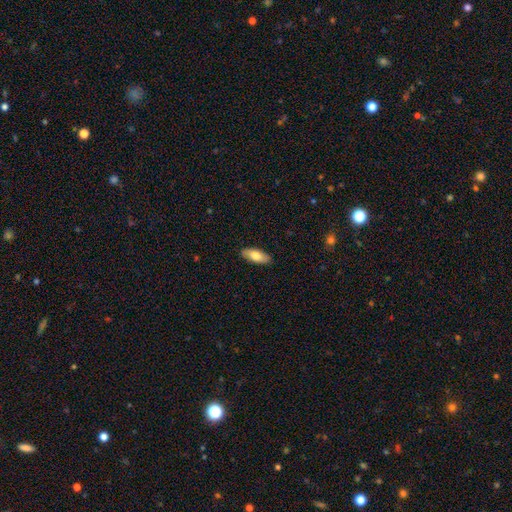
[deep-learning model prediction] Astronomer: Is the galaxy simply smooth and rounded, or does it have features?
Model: smooth — 77%.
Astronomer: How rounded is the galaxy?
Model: in between — 81%.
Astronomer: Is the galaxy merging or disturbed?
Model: none — 89%.